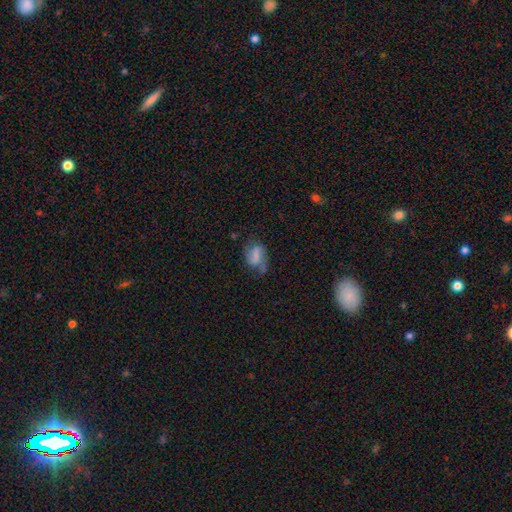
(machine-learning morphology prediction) This appears to be a smooth galaxy with no disk features (48%). Merging: none (47%).